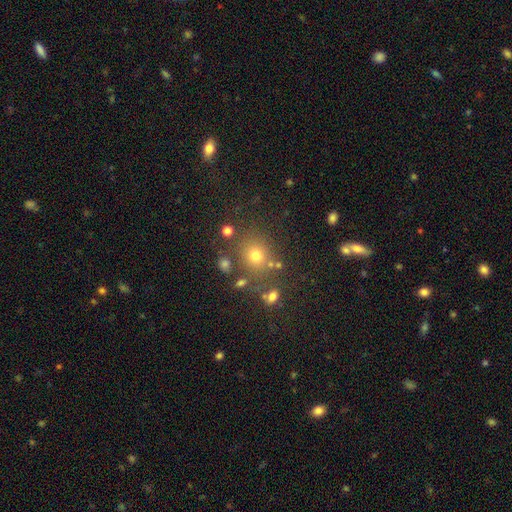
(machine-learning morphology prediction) Overall: smooth (72%). How rounded: round (80%). Merging: none (75%).